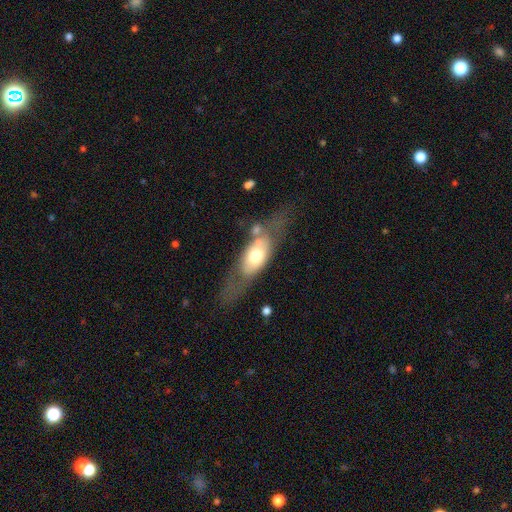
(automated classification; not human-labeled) This is possibly a smooth galaxy (50%). Merging: possibly none (50%).